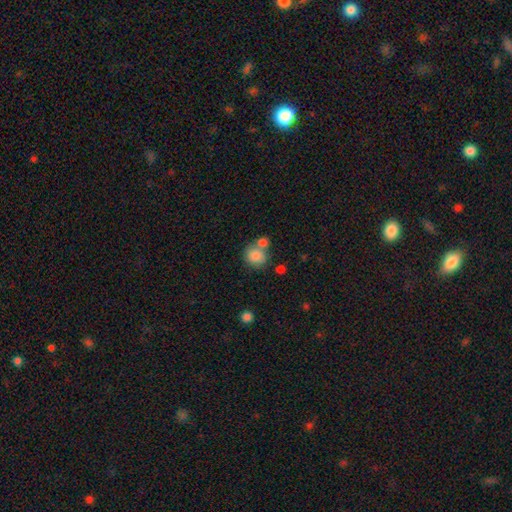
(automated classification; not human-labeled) Q: Smooth or featured?
A: smooth (84%); runner-up: star or artifact (9%)
Q: How rounded?
A: round (80%); runner-up: in between (19%)
Q: Merging?
A: none (54%); runner-up: merger (32%)